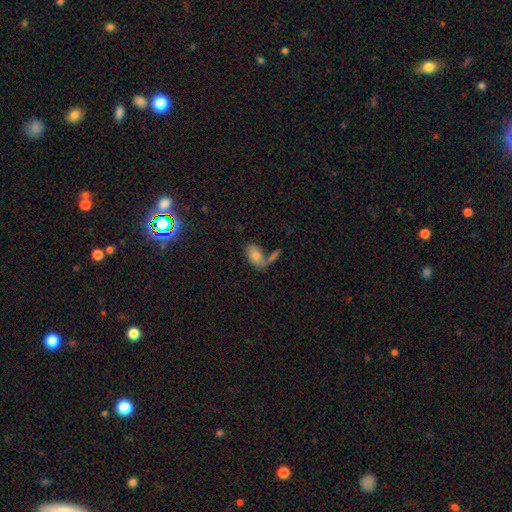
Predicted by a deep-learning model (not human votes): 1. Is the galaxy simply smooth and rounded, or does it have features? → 80% smooth, 13% featured or disk, 8% star or artifact.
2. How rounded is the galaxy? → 93% in between, 4% round, 3% cigar-shaped.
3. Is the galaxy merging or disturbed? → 45% none, 32% merger, 15% minor disturbance, 8% major disturbance.